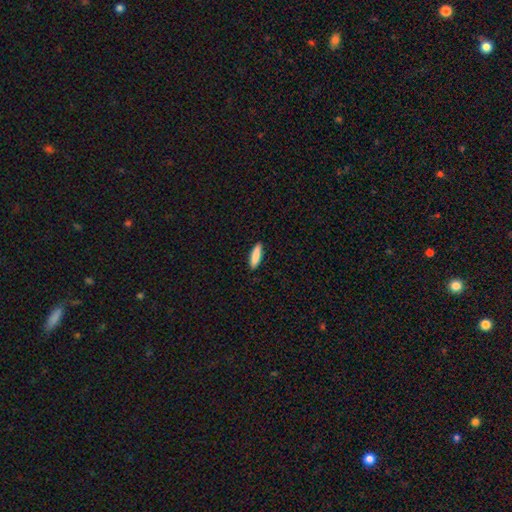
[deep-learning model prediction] smooth_or_featured: smooth (p=0.88) [alt: featured or disk p=0.06]
how_rounded: cigar-shaped (p=0.64) [alt: in between p=0.34]
merging: none (p=0.90) [alt: minor disturbance p=0.07]